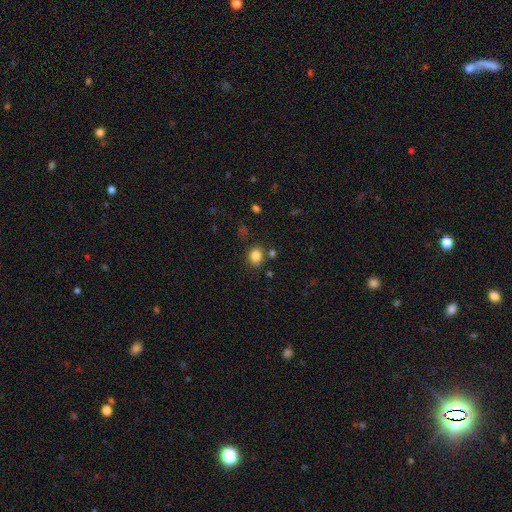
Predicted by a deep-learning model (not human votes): Smooth or featured? smooth (82%)
How rounded? round (63%)
Merging? none (76%)